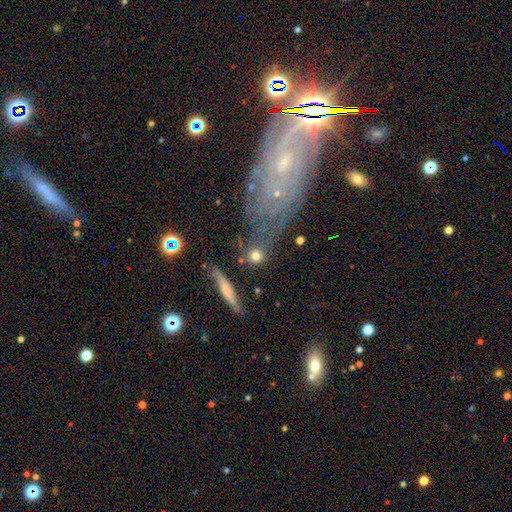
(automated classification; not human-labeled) A smooth galaxy with no disk features (73%) that is round (85%). Merging: none (68%).